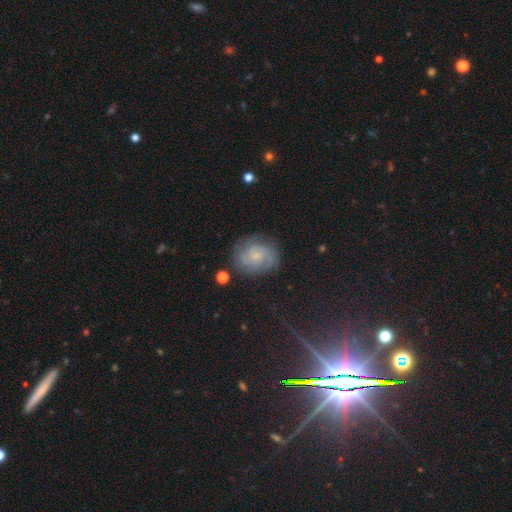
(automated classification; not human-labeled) This appears to be a featured or disk galaxy (73%) with no bar (65%), 2 (31%) tight (58%) spiral arms (94%) and a small central bulge (73%). Merging: none (77%).